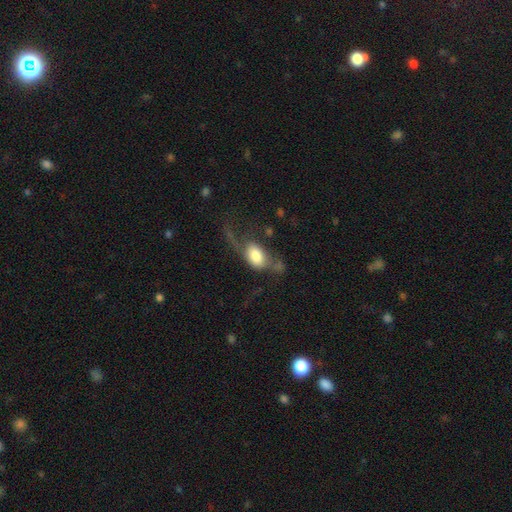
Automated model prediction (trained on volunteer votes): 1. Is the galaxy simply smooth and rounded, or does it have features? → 61% smooth, 32% featured or disk, 7% star or artifact.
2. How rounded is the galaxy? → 85% in between, 11% round, 4% cigar-shaped.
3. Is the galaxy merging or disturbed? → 49% major disturbance, 22% none, 18% minor disturbance, 11% merger.